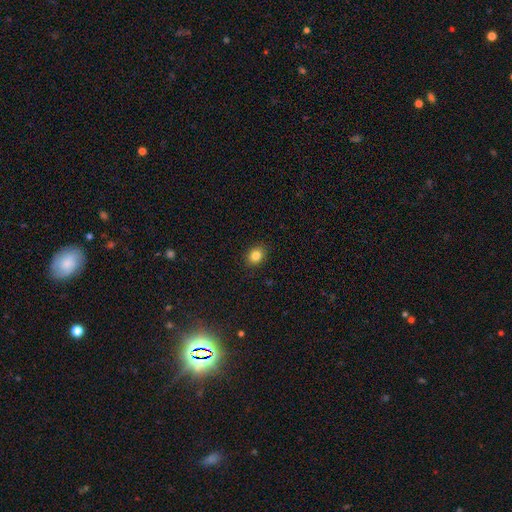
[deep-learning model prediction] Morphology: type=smooth (83%); roundness=round (55%); merging=none (89%).